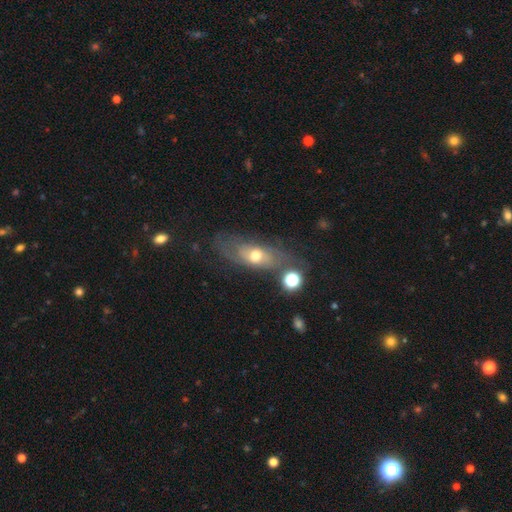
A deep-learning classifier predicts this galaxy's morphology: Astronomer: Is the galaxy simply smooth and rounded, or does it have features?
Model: featured or disk — 50% (runner-up: smooth, 38%).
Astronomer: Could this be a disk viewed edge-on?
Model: no — 78%.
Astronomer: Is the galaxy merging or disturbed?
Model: none — 58%.